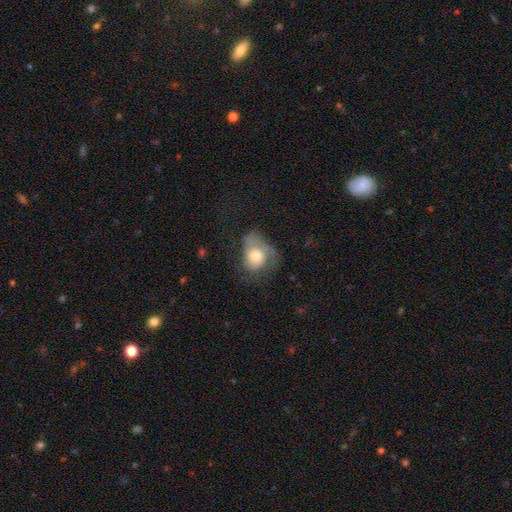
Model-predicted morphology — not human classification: This is possibly a smooth galaxy (58%). How rounded: possibly in between (60%). Merging: marginally major disturbance (39%).